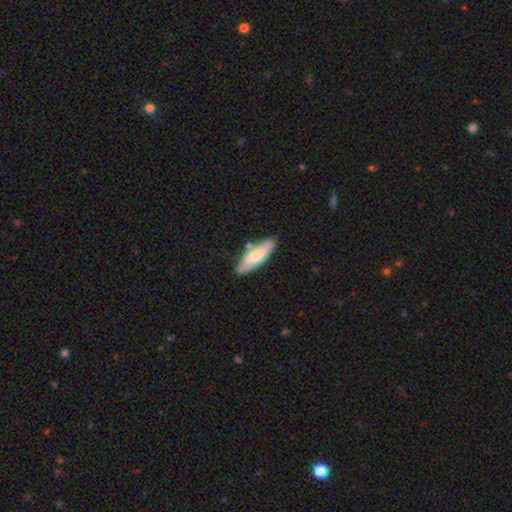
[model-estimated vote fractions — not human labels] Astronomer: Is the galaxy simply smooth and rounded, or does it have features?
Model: smooth — 66%.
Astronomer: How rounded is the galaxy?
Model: in between — 50% (runner-up: cigar-shaped, 48%).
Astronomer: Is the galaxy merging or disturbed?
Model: none — 73%.